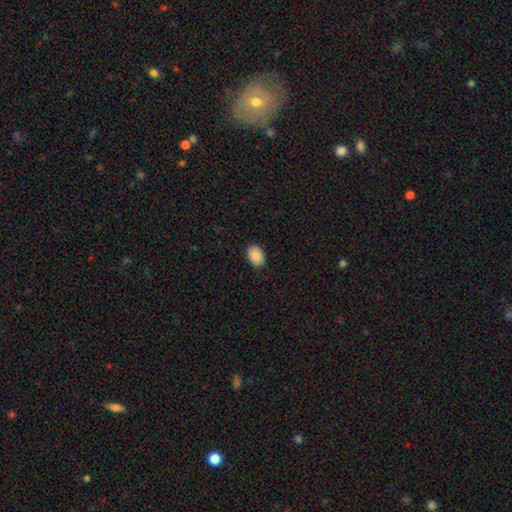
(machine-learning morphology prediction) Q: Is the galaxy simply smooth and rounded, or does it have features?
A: smooth — 90%.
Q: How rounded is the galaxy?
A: in between — 79%.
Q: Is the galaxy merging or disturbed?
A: none — 88%.